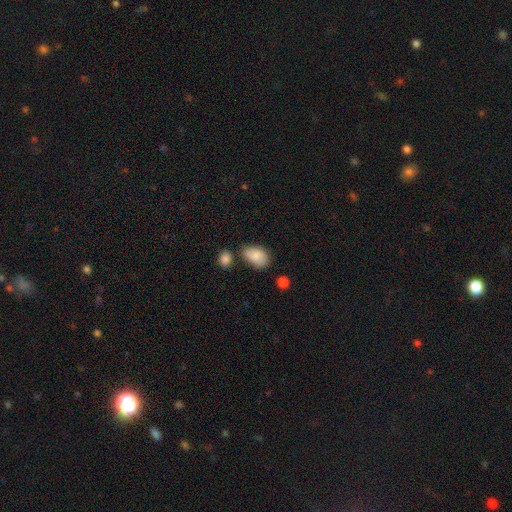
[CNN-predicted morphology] A smooth galaxy with no disk features (85%) that is in between round and cigar-shaped (90%). Merging: none (58%).